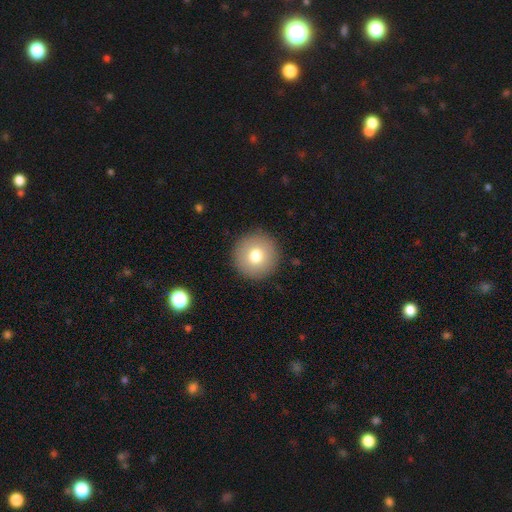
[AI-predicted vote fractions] Q: Smooth or featured?
A: smooth (75%); runner-up: featured or disk (15%)
Q: How rounded?
A: round (96%); runner-up: in between (3%)
Q: Merging?
A: none (92%); runner-up: minor disturbance (5%)